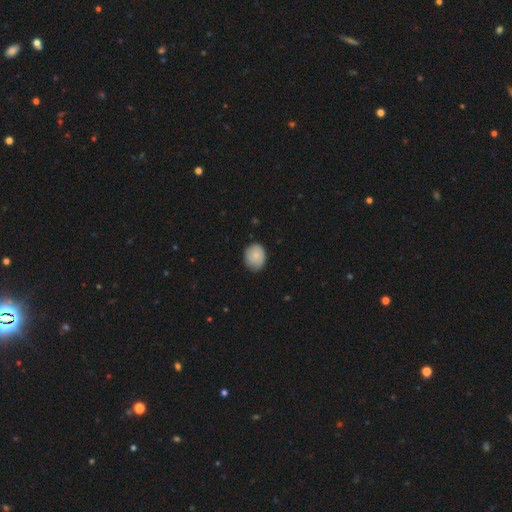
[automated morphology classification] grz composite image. It shows a smooth galaxy with no disk features (82%) that is round (57%). Merging: none (78%).